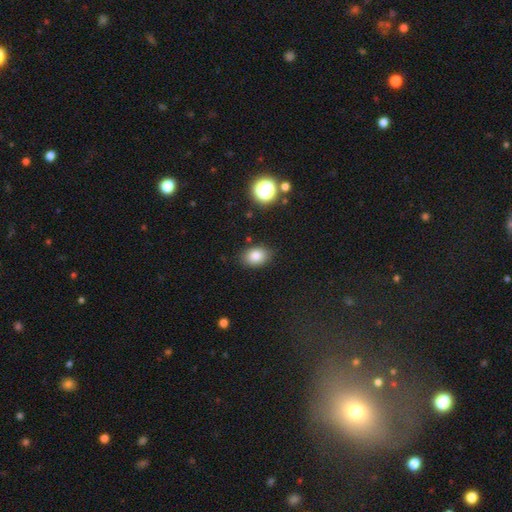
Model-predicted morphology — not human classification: smooth_or_featured: smooth (p=0.83) [alt: star or artifact p=0.11]
how_rounded: in between (p=0.74) [alt: round p=0.25]
merging: none (p=0.84) [alt: minor disturbance p=0.11]